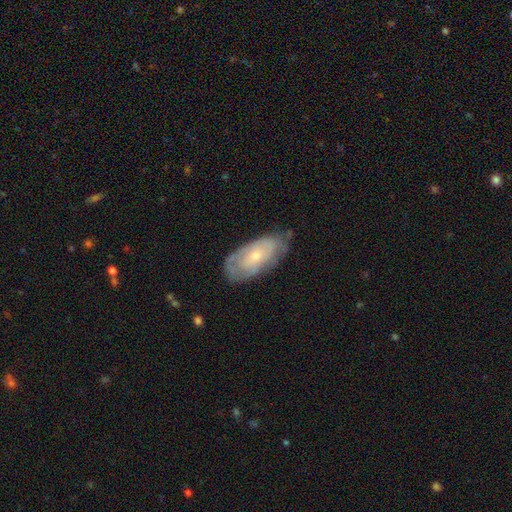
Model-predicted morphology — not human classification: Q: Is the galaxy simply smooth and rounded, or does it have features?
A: featured or disk — 54%.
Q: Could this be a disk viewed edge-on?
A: no — 89%.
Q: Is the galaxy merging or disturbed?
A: none — 65%.